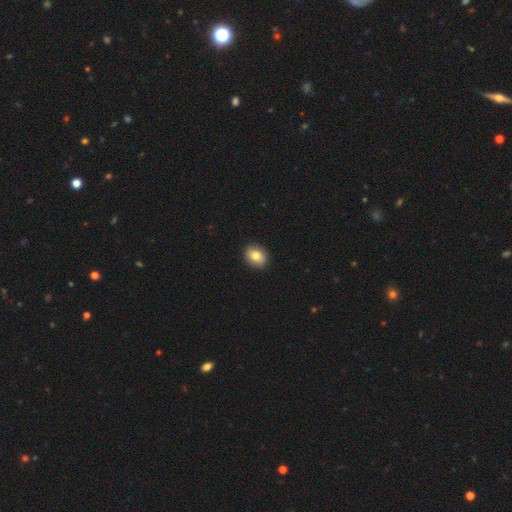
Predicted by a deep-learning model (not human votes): A smooth galaxy with no disk features (81%) that is in between round and cigar-shaped (53%).

Vote fractions:
- Smooth or featured? smooth: 81% / featured or disk: 11% / star or artifact: 8%
- How rounded? in between: 53% / round: 46% / cigar-shaped: 1%
- Merging? none: 91% / minor disturbance: 6% / major disturbance: 2% / merger: 1%